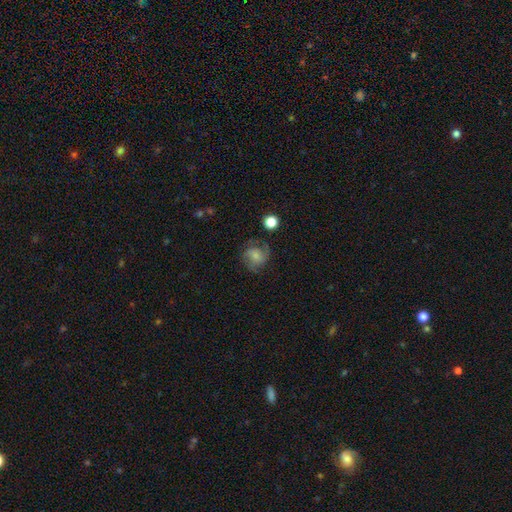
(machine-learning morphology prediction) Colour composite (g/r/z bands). It shows a featured or disk galaxy (48%). Merging: none (65%).